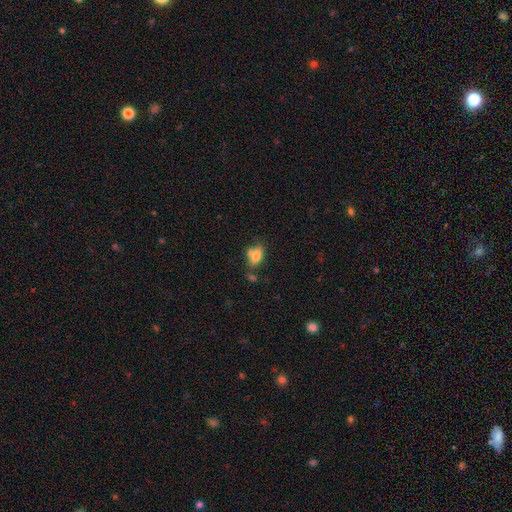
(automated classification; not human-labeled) Smooth or featured? Predicted: smooth (p=0.75). How rounded? Predicted: in between (p=0.81). Merging? Predicted: none (p=0.47).